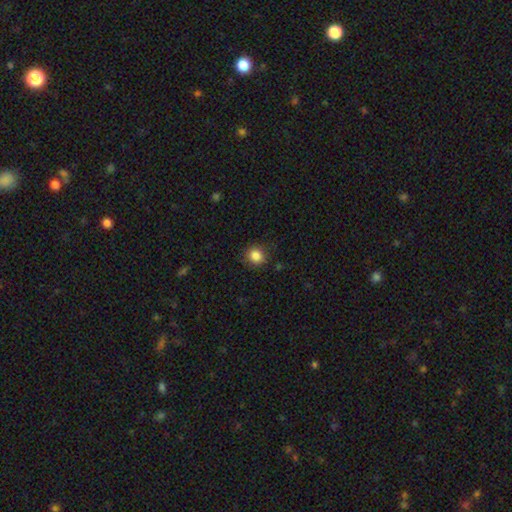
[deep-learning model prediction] A smooth galaxy with no disk features (86%) that is round (83%).

Vote fractions:
- Smooth or featured? smooth: 86% / star or artifact: 10% / featured or disk: 4%
- How rounded? round: 83% / in between: 16% / cigar-shaped: 1%
- Merging? none: 86% / minor disturbance: 10% / major disturbance: 3% / merger: 1%